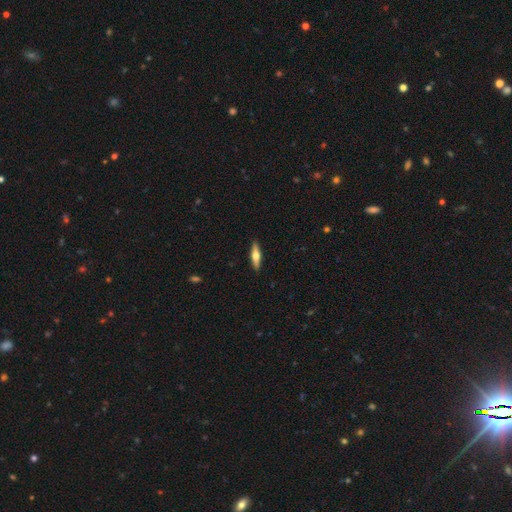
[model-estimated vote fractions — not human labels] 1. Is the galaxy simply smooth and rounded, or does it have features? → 51% featured or disk, 43% smooth, 6% star or artifact.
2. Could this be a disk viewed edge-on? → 94% yes, 6% no.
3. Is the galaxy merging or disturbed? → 91% none, 7% minor disturbance, 1% major disturbance, 1% merger.